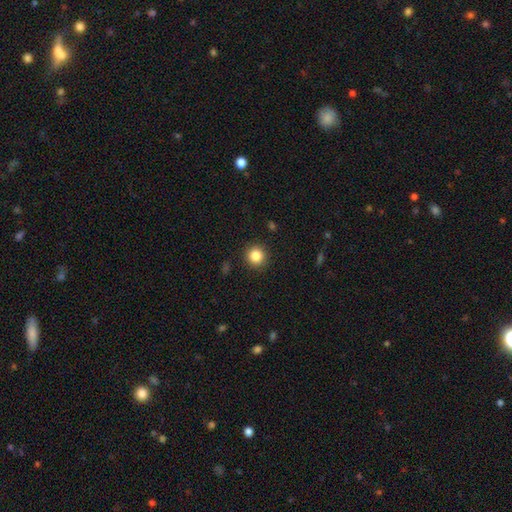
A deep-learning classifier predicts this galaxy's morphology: This is clearly a smooth galaxy (85%). How rounded: clearly round (94%). Merging: clearly none (91%).